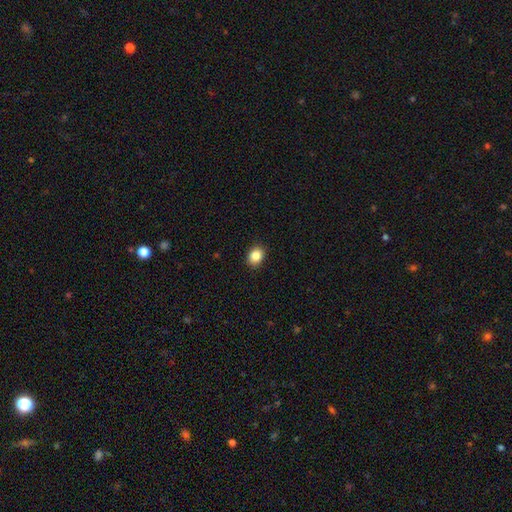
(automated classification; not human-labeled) smooth 86%, star or artifact 10%, featured or disk 4%. Down the decision tree: how rounded — in between (51%); merging — none (90%).